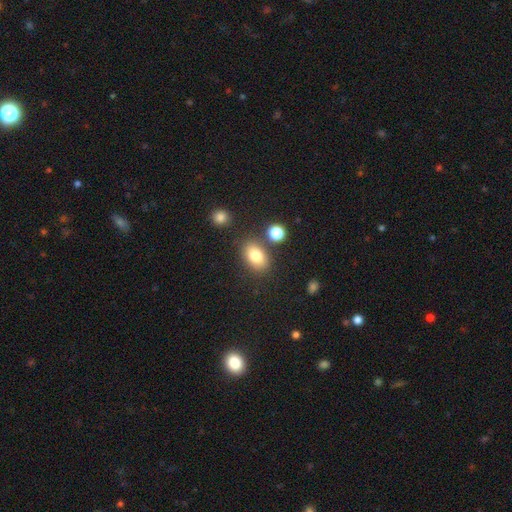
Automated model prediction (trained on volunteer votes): Q: Smooth or featured?
A: smooth (80%); runner-up: featured or disk (10%)
Q: How rounded?
A: in between (80%); runner-up: round (18%)
Q: Merging?
A: none (76%); runner-up: minor disturbance (12%)